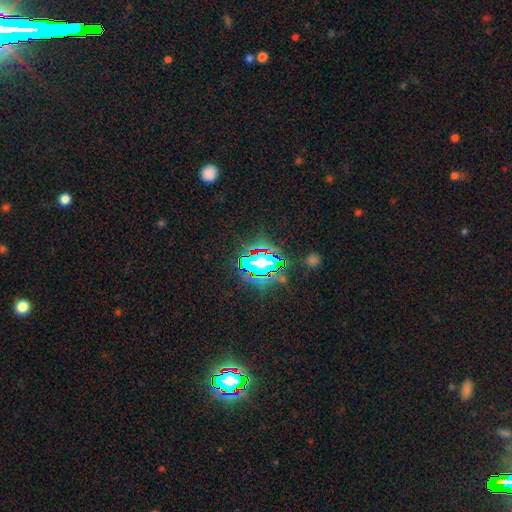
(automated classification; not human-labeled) A star or artifact, not a galaxy (61%).